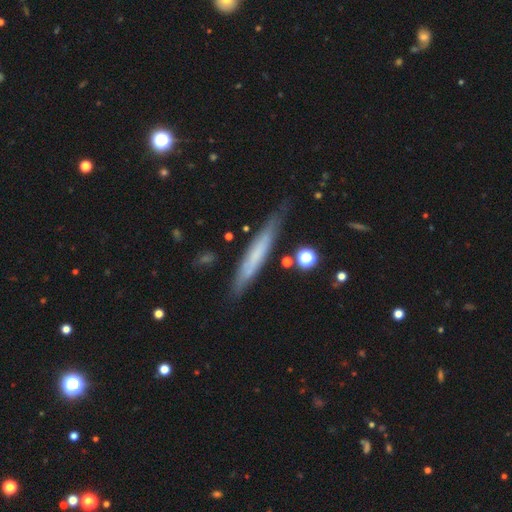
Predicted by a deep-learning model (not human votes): This appears to be a smooth galaxy with no disk features (49%). Merging: none (79%).